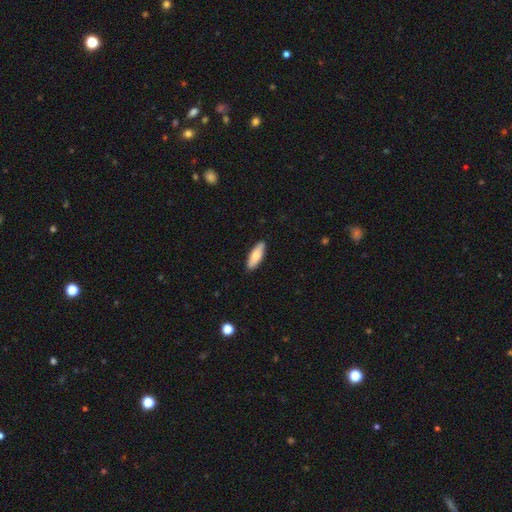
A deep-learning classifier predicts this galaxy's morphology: This appears to be a smooth galaxy with no disk features (75%) that is in between round and cigar-shaped (60%). Merging: none (89%).